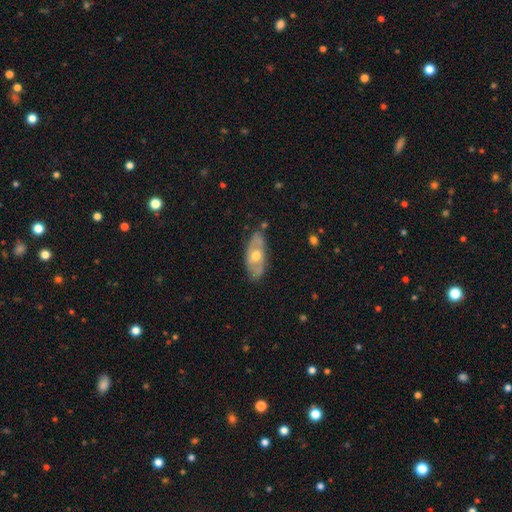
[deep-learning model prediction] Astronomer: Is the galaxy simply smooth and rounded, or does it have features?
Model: featured or disk — 62%.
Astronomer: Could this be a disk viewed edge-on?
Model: no — 81%.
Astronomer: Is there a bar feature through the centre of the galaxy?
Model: no — 77%.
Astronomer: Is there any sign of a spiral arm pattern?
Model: no — 55% (runner-up: yes, 45%).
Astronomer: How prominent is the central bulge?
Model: moderate — 75%.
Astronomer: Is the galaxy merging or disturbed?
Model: none — 78%.